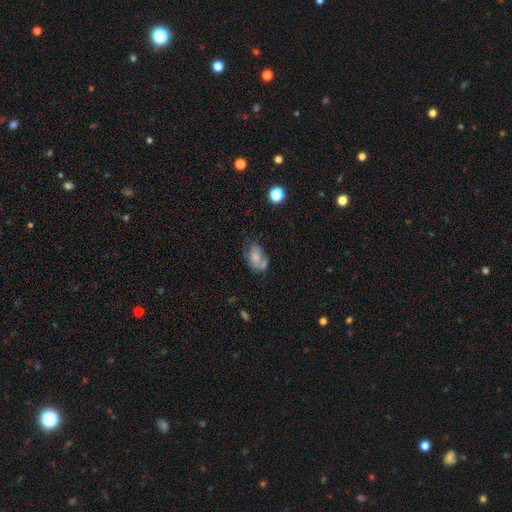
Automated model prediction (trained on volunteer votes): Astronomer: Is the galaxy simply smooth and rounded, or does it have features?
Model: smooth — 67%.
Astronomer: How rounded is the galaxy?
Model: in between — 84%.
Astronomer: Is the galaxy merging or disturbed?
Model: none — 40% (runner-up: minor disturbance, 25%).